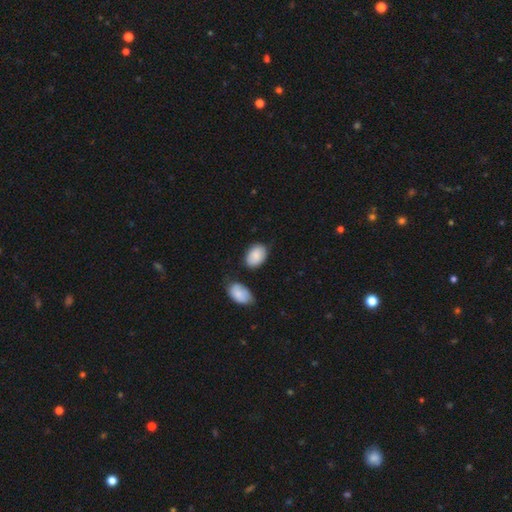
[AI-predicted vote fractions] smooth_or_featured: smooth (p=0.86) [alt: featured or disk p=0.07]
how_rounded: in between (p=0.86) [alt: round p=0.13]
merging: none (p=0.68) [alt: minor disturbance p=0.19]